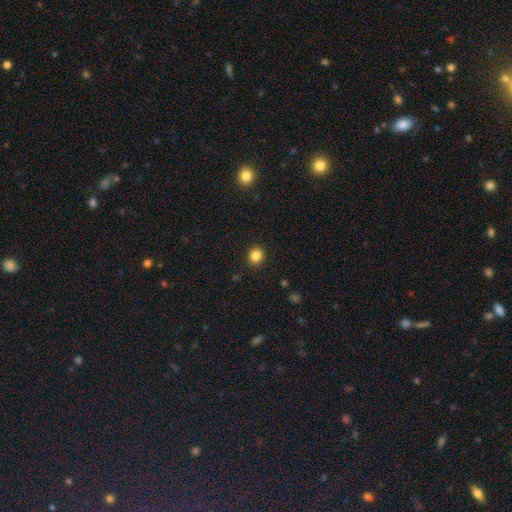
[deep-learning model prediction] Smooth or featured? Predicted: smooth (p=0.85). How rounded? Predicted: round (p=0.81). Merging? Predicted: none (p=0.91).